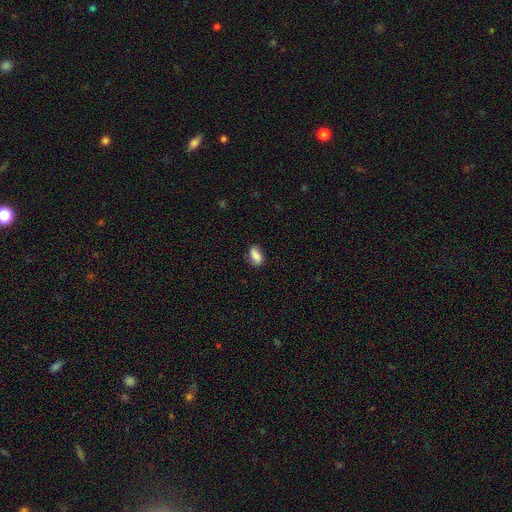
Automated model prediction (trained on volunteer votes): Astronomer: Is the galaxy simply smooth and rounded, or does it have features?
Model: smooth — 75%.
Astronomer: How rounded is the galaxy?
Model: in between — 86%.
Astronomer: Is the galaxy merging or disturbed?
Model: none — 70%.